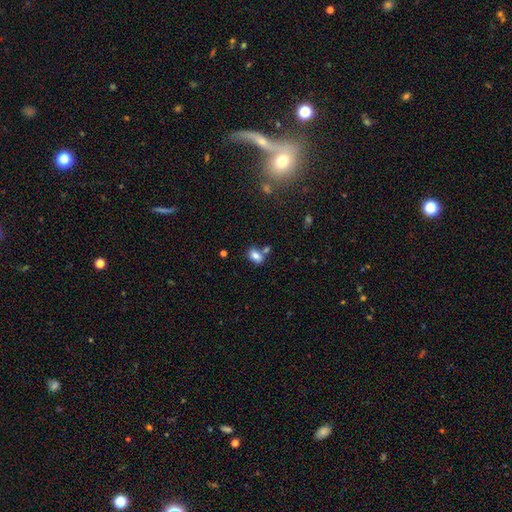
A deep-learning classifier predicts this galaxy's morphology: A smooth galaxy with no disk features (81%) that is in between round and cigar-shaped (83%).

Vote fractions:
- Smooth or featured? smooth: 81% / star or artifact: 10% / featured or disk: 9%
- How rounded? in between: 83% / round: 15% / cigar-shaped: 2%
- Merging? none: 54% / merger: 28% / minor disturbance: 14% / major disturbance: 4%